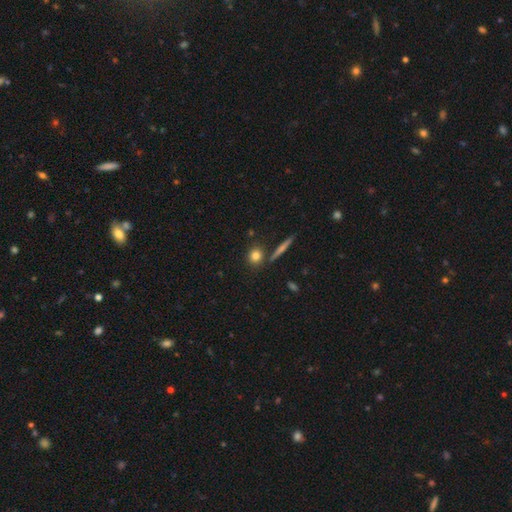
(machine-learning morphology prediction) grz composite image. It shows a smooth galaxy with no disk features (80%) that is round (82%). Merging: none (79%).